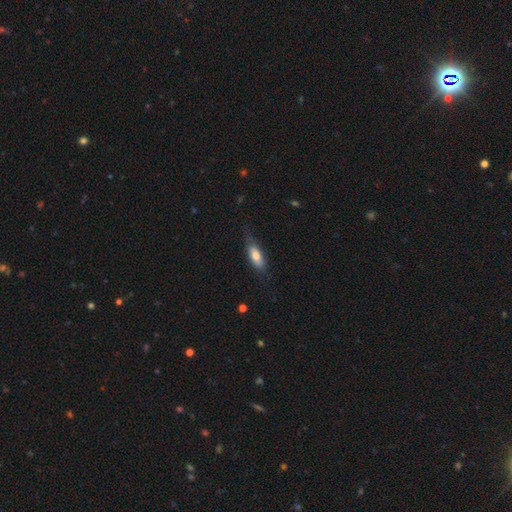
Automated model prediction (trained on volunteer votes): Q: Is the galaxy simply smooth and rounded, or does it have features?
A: smooth — 73%.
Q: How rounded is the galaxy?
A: in between — 71%.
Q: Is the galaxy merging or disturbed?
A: none — 63%.